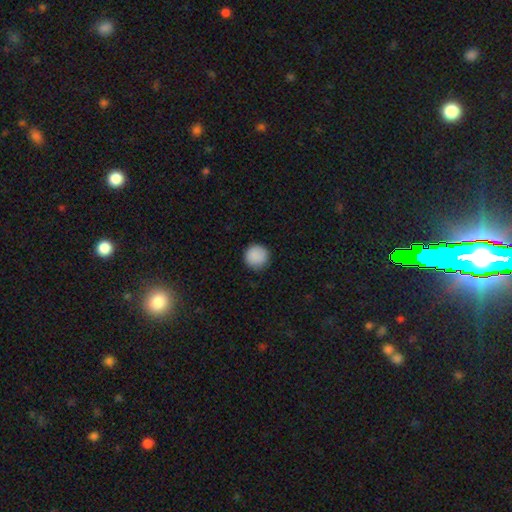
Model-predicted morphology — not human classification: The model was most divided on "smooth or featured": smooth: 89%, star or artifact: 8%, featured or disk: 3%. More confident: how rounded — round (95%); merging — none (90%).